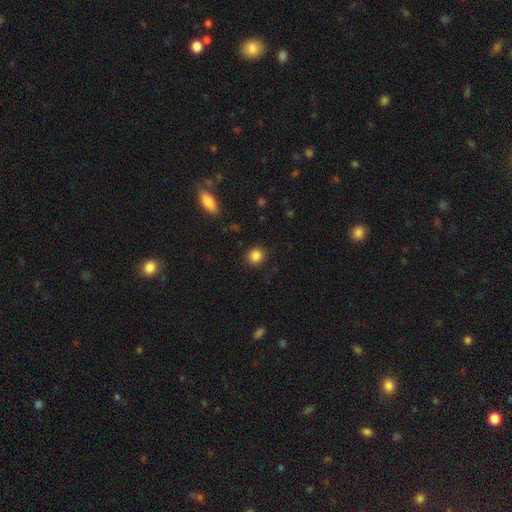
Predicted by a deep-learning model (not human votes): Smooth or featured?
  - smooth: 85% *
  - star or artifact: 11%
  - featured or disk: 4%
How rounded?
  - round: 89% *
  - in between: 10%
  - cigar-shaped: 1%
Merging?
  - none: 89% *
  - minor disturbance: 7%
  - major disturbance: 2%
  - merger: 1%